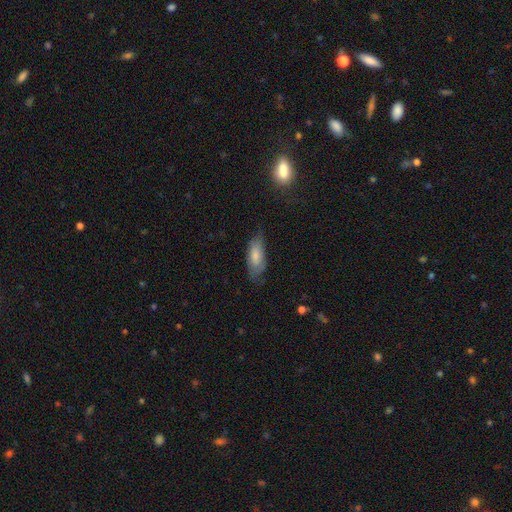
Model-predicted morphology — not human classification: The model was most divided on "merging": none: 59%, minor disturbance: 30%, major disturbance: 10%, merger: 2%. More confident: how rounded — in between (78%); smooth or featured — smooth (71%).